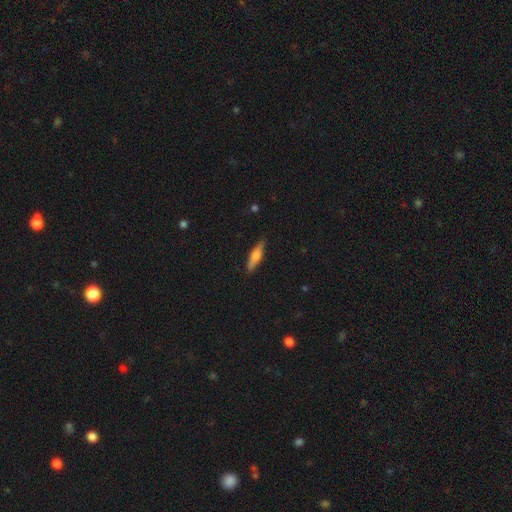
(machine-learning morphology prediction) Overall: smooth (56%; featured or disk 37%). How rounded: cigar-shaped (73%). Merging: none (86%).